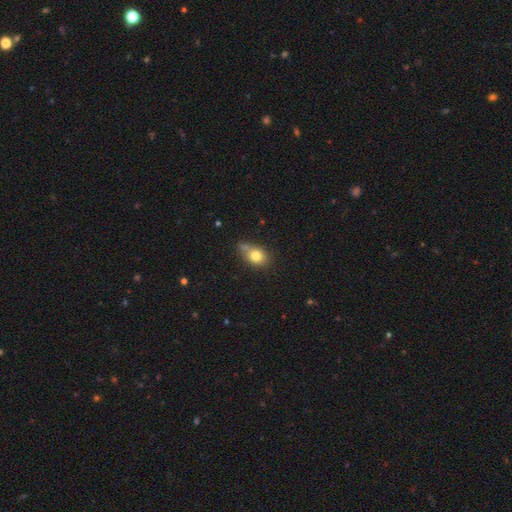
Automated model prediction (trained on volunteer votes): Smooth or featured: smooth — 77% (featured or disk — 13%)
How rounded: in between — 55% (round — 42%)
Merging: none — 47% (minor disturbance — 30%)